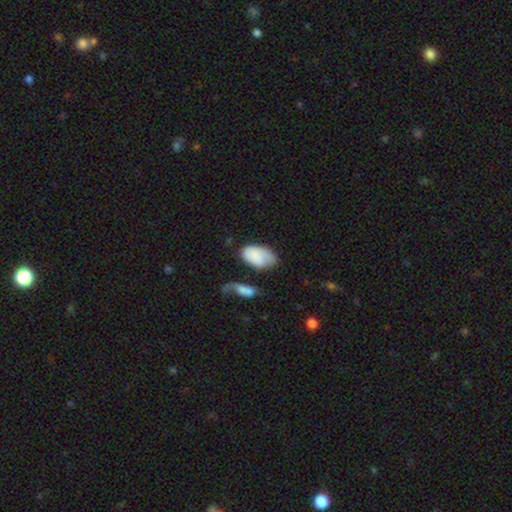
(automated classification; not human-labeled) A smooth galaxy with no disk features (75%) that is in between round and cigar-shaped (94%).

Vote fractions:
- Smooth or featured? smooth: 75% / featured or disk: 18% / star or artifact: 7%
- How rounded? in between: 94% / round: 5% / cigar-shaped: 2%
- Merging? none: 44% / minor disturbance: 28% / major disturbance: 15% / merger: 13%